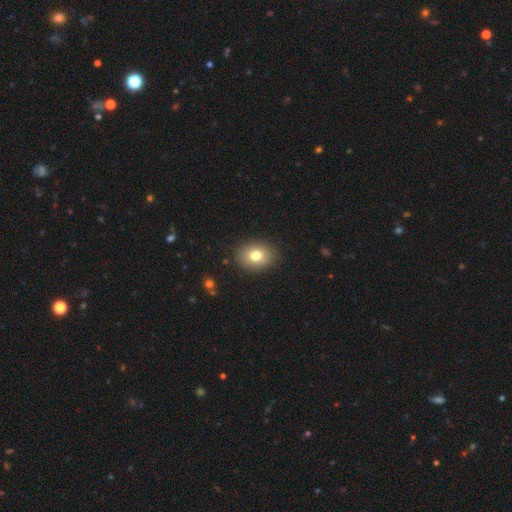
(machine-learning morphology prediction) type=smooth (79%); roundness=in between (63%); merging=none (88%).